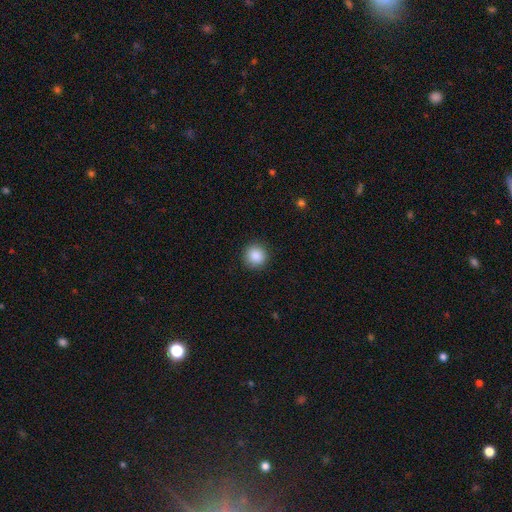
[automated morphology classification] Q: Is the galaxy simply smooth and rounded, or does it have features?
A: smooth — 88%.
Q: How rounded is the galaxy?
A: round — 94%.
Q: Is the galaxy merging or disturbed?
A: none — 91%.